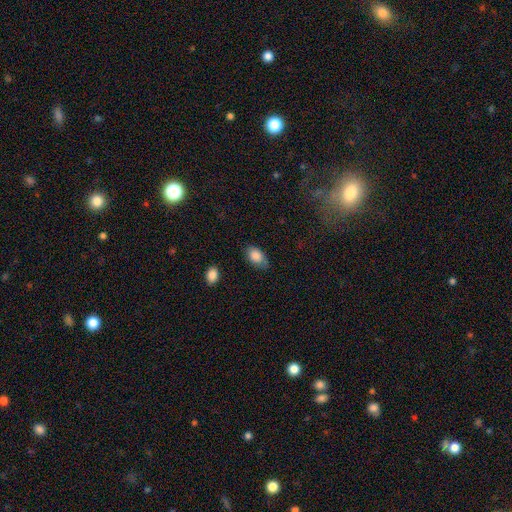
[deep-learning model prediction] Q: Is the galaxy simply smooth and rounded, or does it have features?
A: smooth — 86%.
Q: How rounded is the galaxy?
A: in between — 88%.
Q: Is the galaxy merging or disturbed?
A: none — 66%.